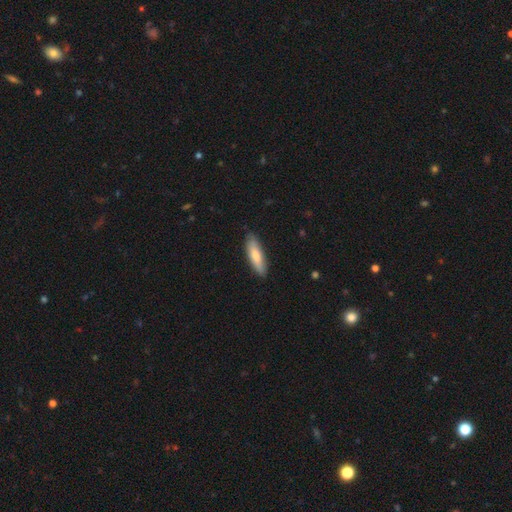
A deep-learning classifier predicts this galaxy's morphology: This is likely a smooth galaxy (76%). How rounded: likely cigar-shaped (61%). Merging: clearly none (85%).